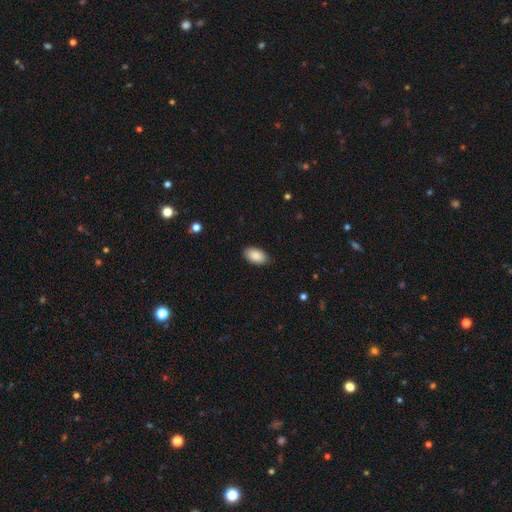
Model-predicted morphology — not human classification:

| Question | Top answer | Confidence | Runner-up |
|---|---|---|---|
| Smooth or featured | smooth | 89% | star or artifact (7%) |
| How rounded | in between | 95% | round (3%) |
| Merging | none | 86% | minor disturbance (11%) |